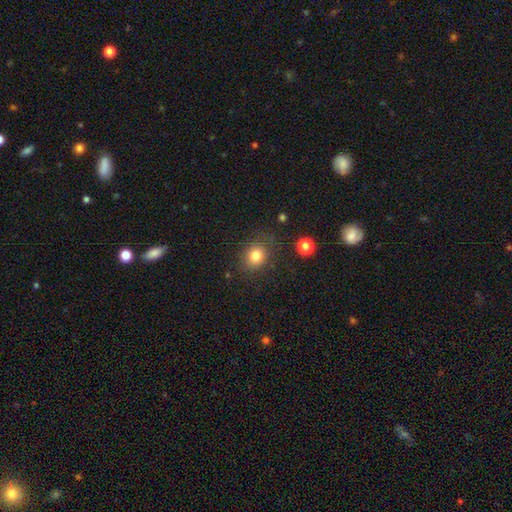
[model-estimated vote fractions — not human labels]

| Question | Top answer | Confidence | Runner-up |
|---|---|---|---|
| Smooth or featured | smooth | 80% | star or artifact (12%) |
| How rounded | round | 69% | in between (30%) |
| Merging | none | 81% | minor disturbance (13%) |